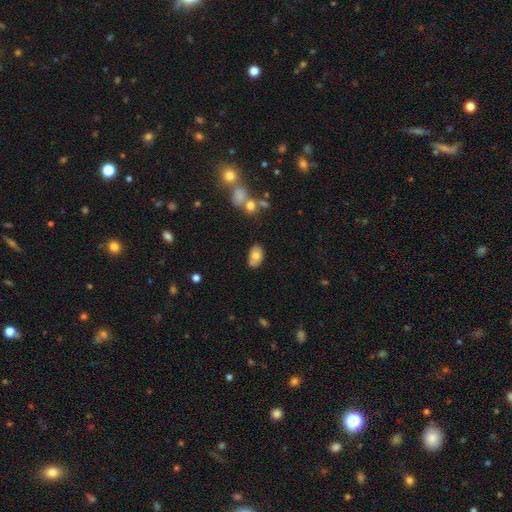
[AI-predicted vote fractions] Overall: smooth (70%). How rounded: in between (89%). Merging: none (66%).